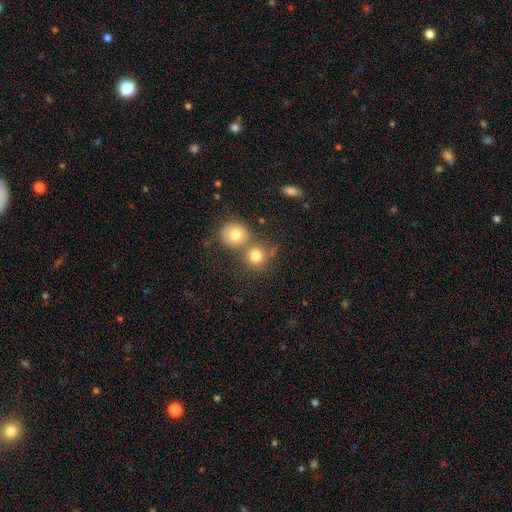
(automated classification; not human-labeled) A smooth galaxy with no disk features (78%) that is round (88%).

Vote fractions:
- Smooth or featured? smooth: 78% / featured or disk: 12% / star or artifact: 10%
- How rounded? round: 88% / in between: 11% / cigar-shaped: 1%
- Merging? none: 48% / merger: 40% / minor disturbance: 8% / major disturbance: 4%